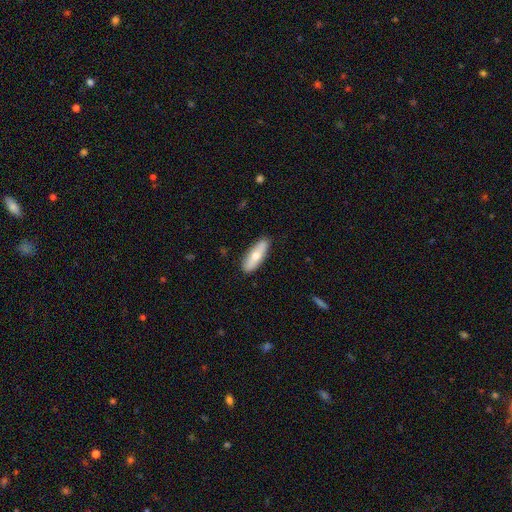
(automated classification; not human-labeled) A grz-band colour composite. It shows a smooth galaxy with no disk features (63%) that is in between round and cigar-shaped (53%). Merging: none (87%).